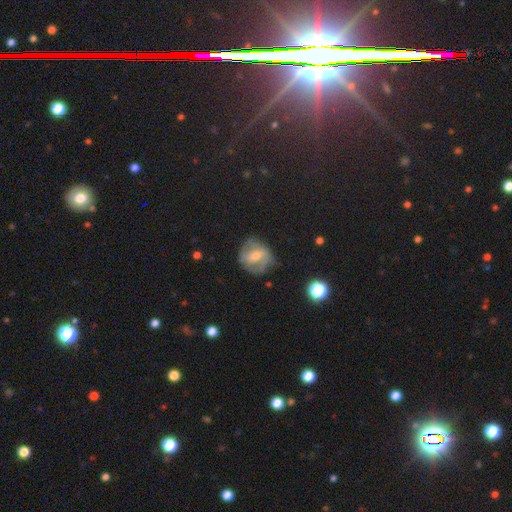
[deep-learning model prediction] Smooth or featured? featured or disk (54%)
Edge-on disk? no (95%)
Bar? weak (47%)
Spiral arms? yes (66%)
Bulge size? moderate (49%)
Merging? none (65%)